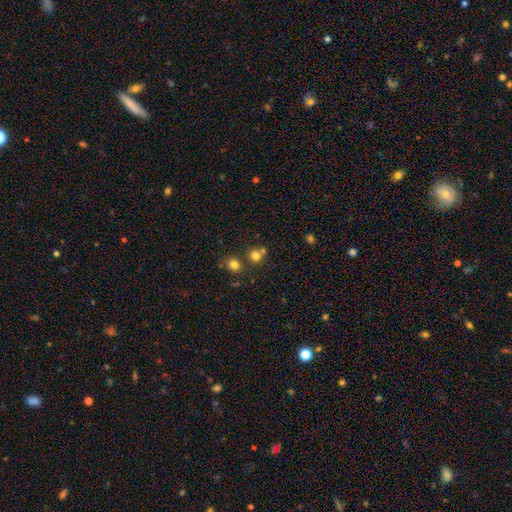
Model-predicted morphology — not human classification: Q: Smooth or featured?
A: smooth (76%); runner-up: star or artifact (17%)
Q: How rounded?
A: round (85%); runner-up: in between (14%)
Q: Merging?
A: none (67%); runner-up: merger (22%)